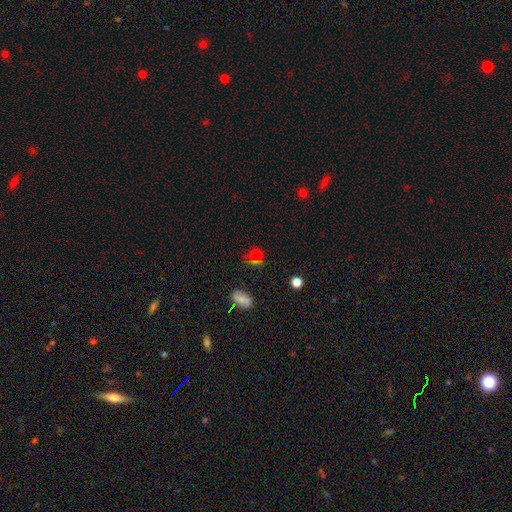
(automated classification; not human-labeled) A smooth galaxy with no disk features (61%) that is round (78%). Merging: none (70%).